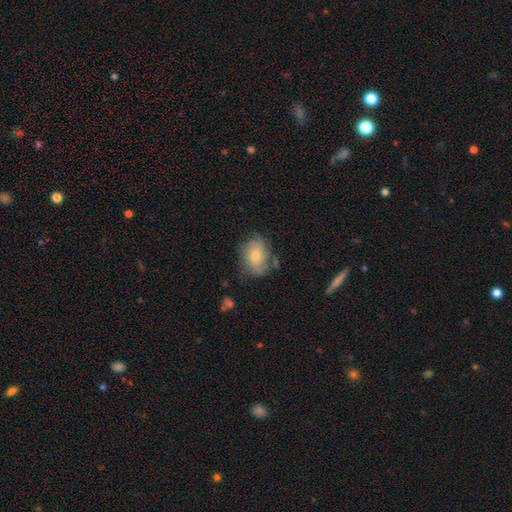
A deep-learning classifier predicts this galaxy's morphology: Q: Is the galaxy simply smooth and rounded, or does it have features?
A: featured or disk — 48%.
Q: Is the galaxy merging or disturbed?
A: none — 57%.